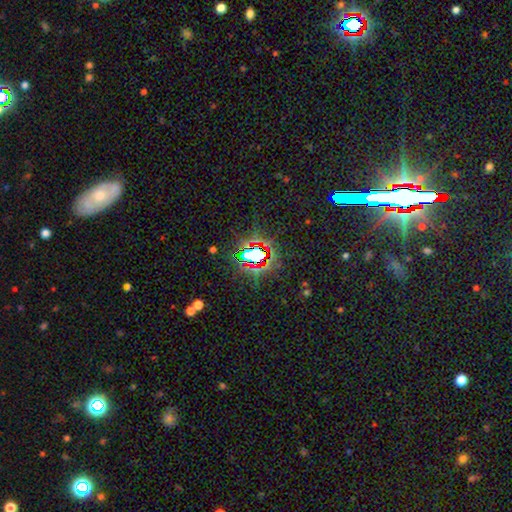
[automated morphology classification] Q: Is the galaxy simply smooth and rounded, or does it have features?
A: star or artifact — 76%.